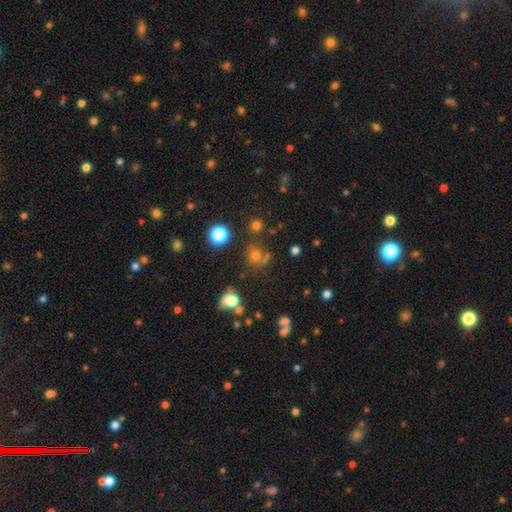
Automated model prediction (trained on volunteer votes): smooth_or_featured: smooth (p=0.58) [alt: star or artifact p=0.33]
how_rounded: round (p=0.84) [alt: in between p=0.15]
merging: none (p=0.68) [alt: merger p=0.15]